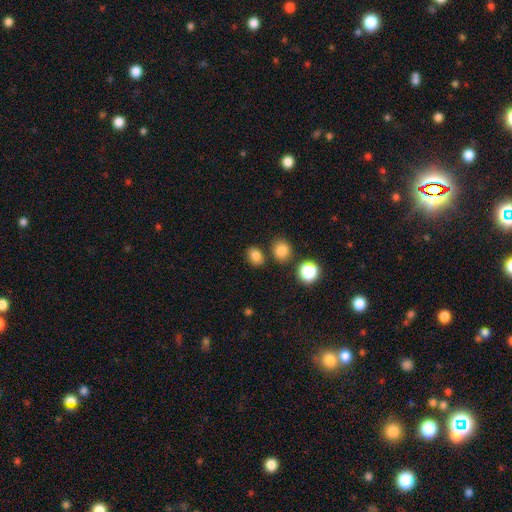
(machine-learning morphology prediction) smooth 82%, star or artifact 13%, featured or disk 6%. Down the decision tree: how rounded — in between (60%); merging — none (76%).